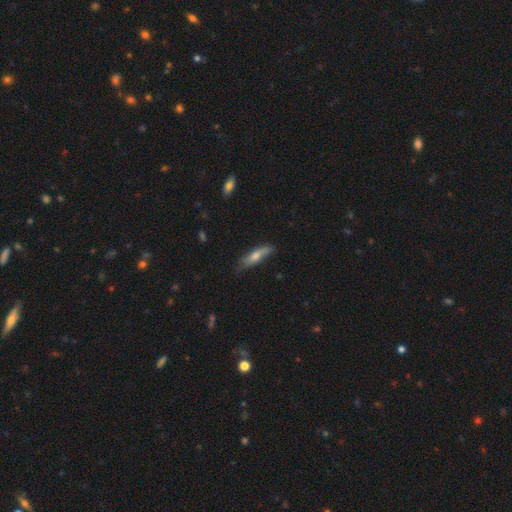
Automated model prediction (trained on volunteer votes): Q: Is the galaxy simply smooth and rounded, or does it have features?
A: smooth — 60%.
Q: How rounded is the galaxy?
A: cigar-shaped — 71%.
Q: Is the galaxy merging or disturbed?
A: none — 72%.